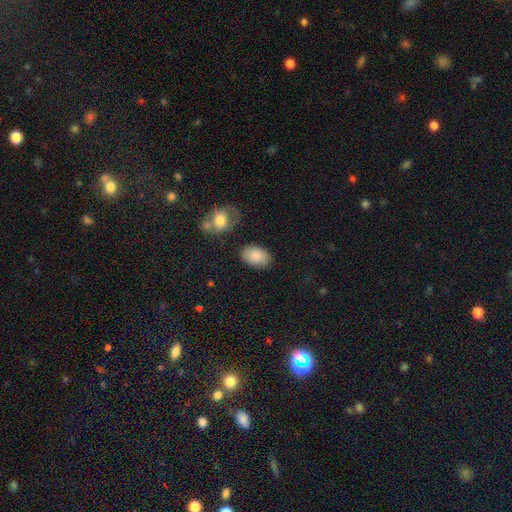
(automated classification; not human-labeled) A smooth galaxy with no disk features (84%) that is in between round and cigar-shaped (87%).

Vote fractions:
- Smooth or featured? smooth: 84% / featured or disk: 9% / star or artifact: 7%
- How rounded? in between: 87% / round: 12% / cigar-shaped: 1%
- Merging? none: 80% / minor disturbance: 13% / major disturbance: 4% / merger: 4%